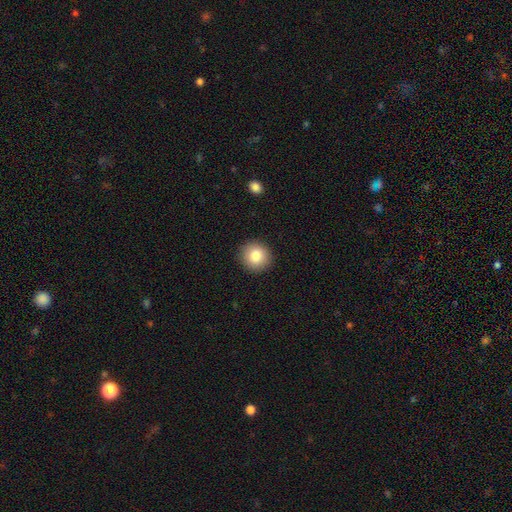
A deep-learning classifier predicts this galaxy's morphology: A smooth galaxy with no disk features (84%) that is round (90%).

Vote fractions:
- Smooth or featured? smooth: 84% / star or artifact: 9% / featured or disk: 8%
- How rounded? round: 90% / in between: 9% / cigar-shaped: 1%
- Merging? none: 91% / minor disturbance: 6% / major disturbance: 2% / merger: 1%